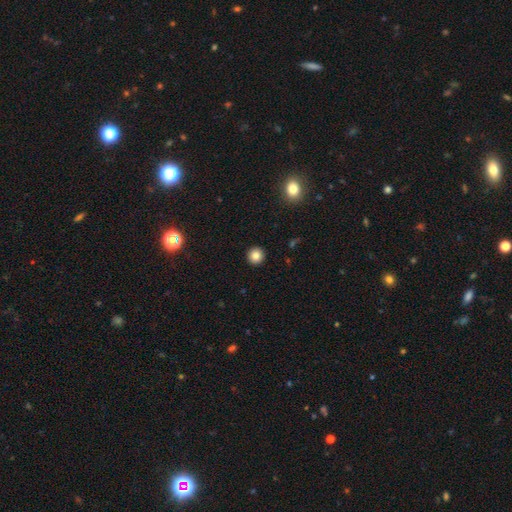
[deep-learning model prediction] This is clearly a smooth galaxy (83%). How rounded: clearly round (94%). Merging: clearly none (93%).